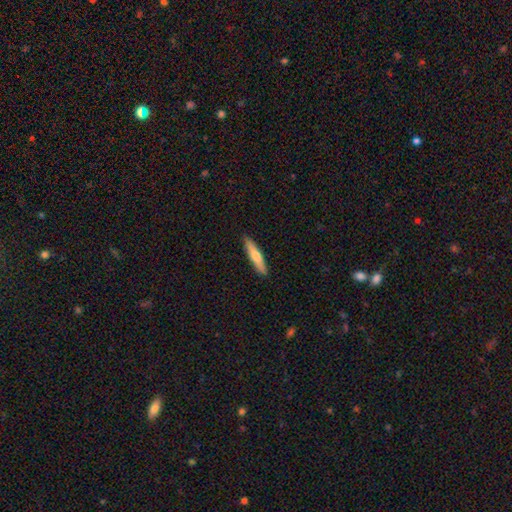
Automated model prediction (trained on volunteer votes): A smooth galaxy with no disk features (67%) that is cigar-shaped (85%). Merging: none (90%).